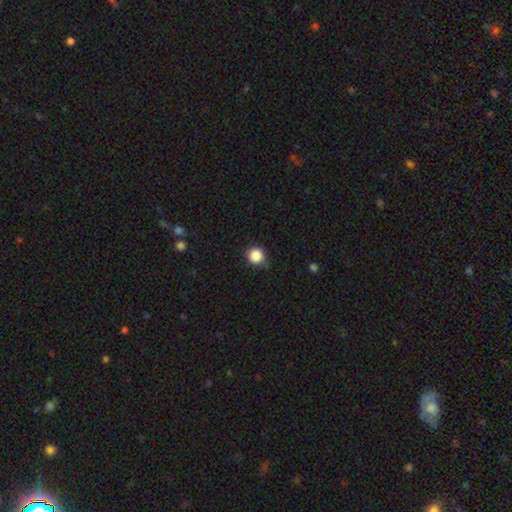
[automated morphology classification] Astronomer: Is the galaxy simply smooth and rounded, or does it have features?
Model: smooth — 86%.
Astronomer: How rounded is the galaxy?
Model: round — 94%.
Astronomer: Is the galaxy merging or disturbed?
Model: none — 83%.